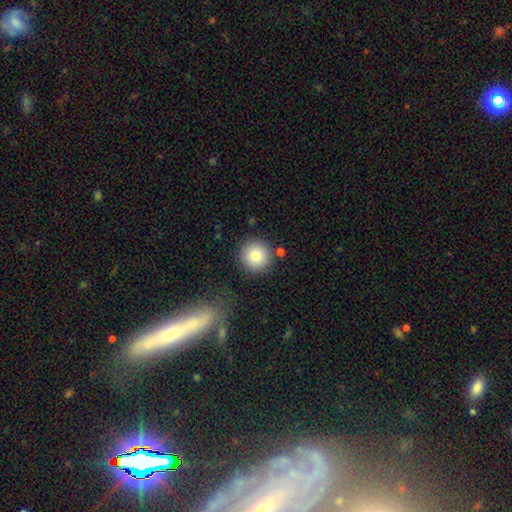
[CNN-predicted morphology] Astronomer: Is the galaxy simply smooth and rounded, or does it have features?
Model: smooth — 82%.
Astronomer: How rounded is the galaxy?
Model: round — 95%.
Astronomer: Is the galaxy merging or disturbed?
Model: none — 85%.